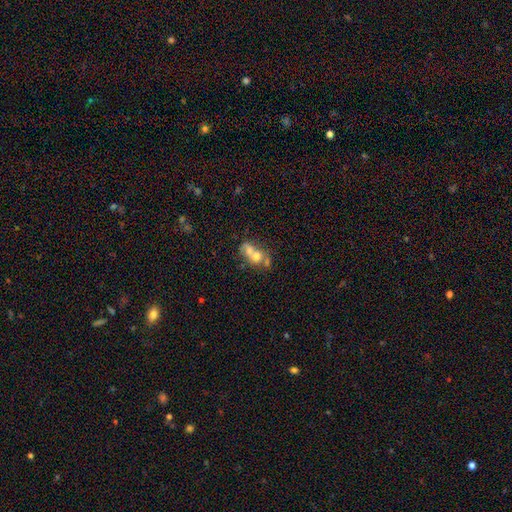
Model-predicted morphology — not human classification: The model was most divided on "how rounded": in between: 54%, round: 43%, cigar-shaped: 3%. More confident: merging — merger (63%); smooth or featured — smooth (56%).